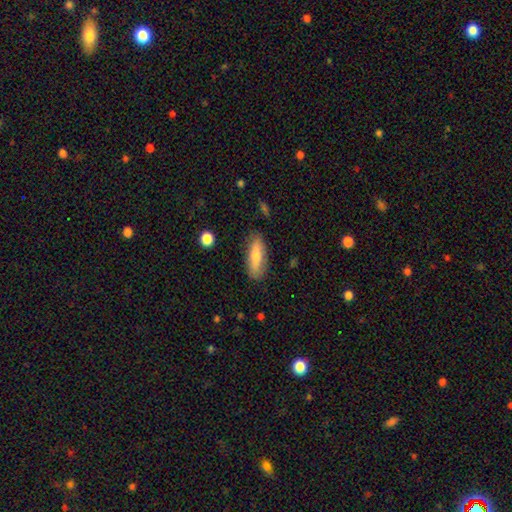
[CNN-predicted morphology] Smooth or featured?
  - smooth: 73% *
  - featured or disk: 21%
  - star or artifact: 6%
How rounded?
  - in between: 57% *
  - cigar-shaped: 41%
  - round: 2%
Merging?
  - none: 84% *
  - minor disturbance: 12%
  - major disturbance: 3%
  - merger: 1%